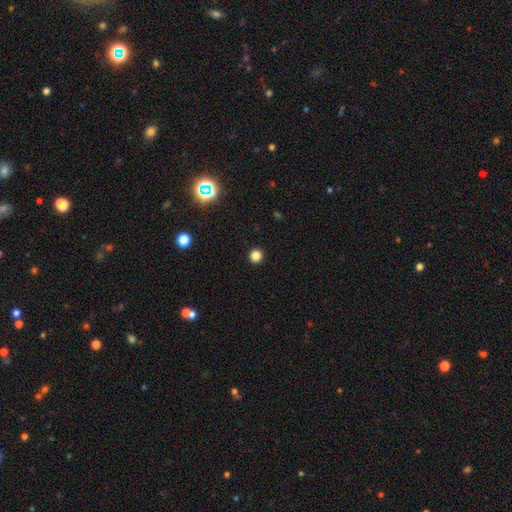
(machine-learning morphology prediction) type=smooth (82%); roundness=round (95%); merging=none (94%).